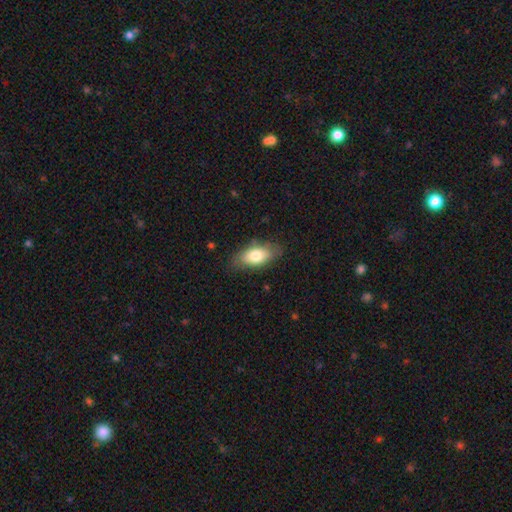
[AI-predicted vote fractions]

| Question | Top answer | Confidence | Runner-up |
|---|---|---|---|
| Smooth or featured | smooth | 74% | featured or disk (19%) |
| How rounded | in between | 88% | cigar-shaped (8%) |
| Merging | none | 76% | minor disturbance (18%) |